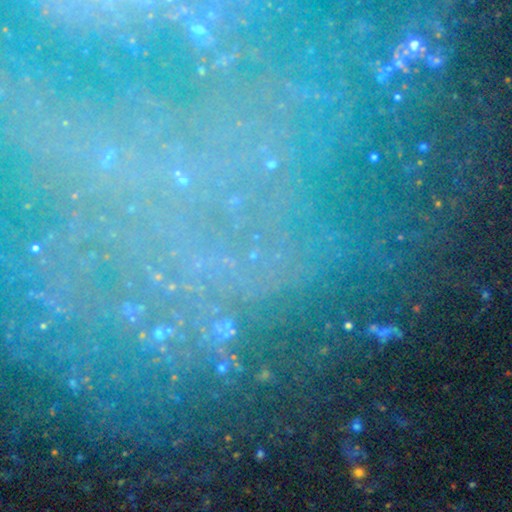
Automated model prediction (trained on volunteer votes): star or artifact 71%, featured or disk 16%, smooth 13%.